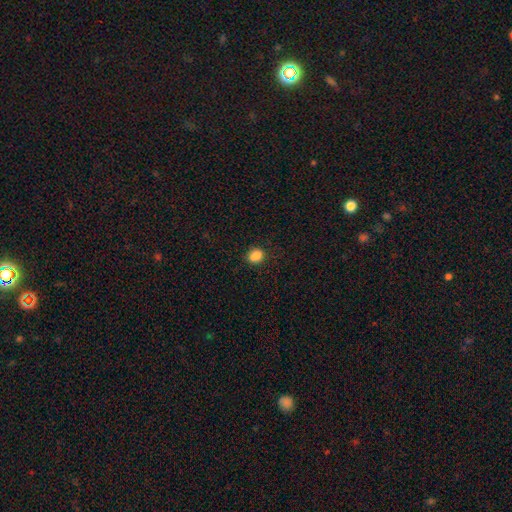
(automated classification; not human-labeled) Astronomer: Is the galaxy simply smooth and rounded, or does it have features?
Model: smooth — 85%.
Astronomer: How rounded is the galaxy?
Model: in between — 55% (runner-up: round, 44%).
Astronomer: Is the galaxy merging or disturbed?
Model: none — 79%.